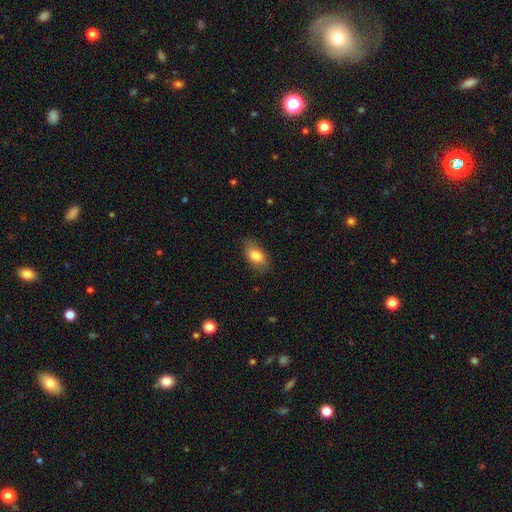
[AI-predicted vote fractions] This is clearly a smooth galaxy (80%). How rounded: clearly in between (91%). Merging: clearly none (81%).